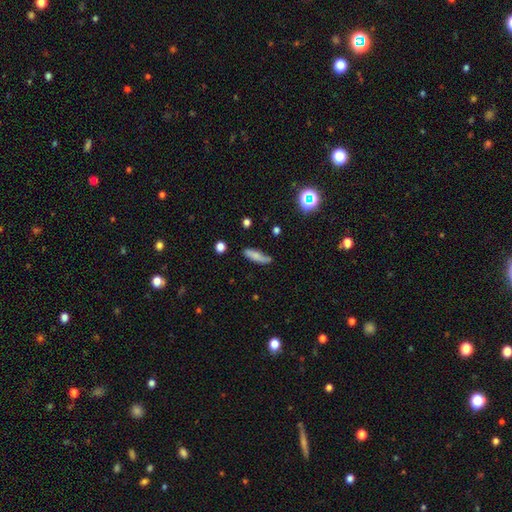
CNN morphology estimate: A smooth galaxy with no disk features (71%) that is cigar-shaped (60%). Merging: none (66%).